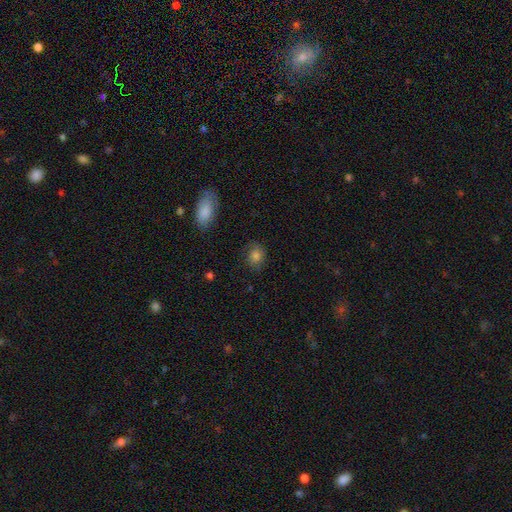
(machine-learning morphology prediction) Smooth or featured? Predicted: smooth (p=0.78). How rounded? Predicted: round (p=0.66). Merging? Predicted: none (p=0.77).